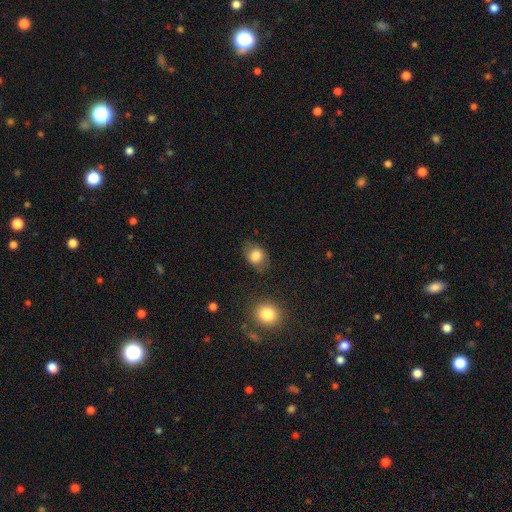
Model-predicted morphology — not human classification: Smooth or featured? smooth (81%)
How rounded? in between (60%)
Merging? none (74%)